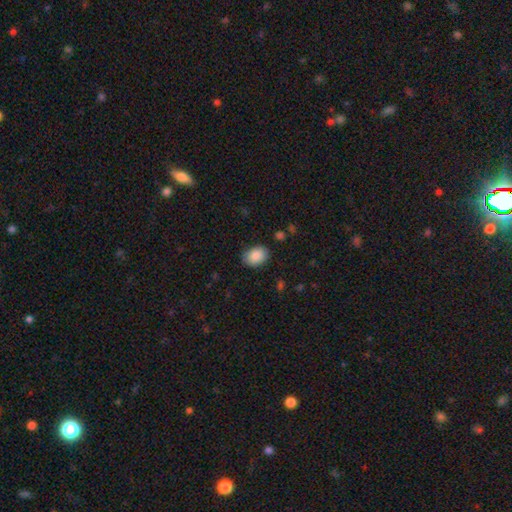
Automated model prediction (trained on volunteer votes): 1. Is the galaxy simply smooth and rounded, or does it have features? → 88% smooth, 7% star or artifact, 5% featured or disk.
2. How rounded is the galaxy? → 72% in between, 27% round, 1% cigar-shaped.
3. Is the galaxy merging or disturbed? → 83% none, 13% minor disturbance, 3% major disturbance, 1% merger.